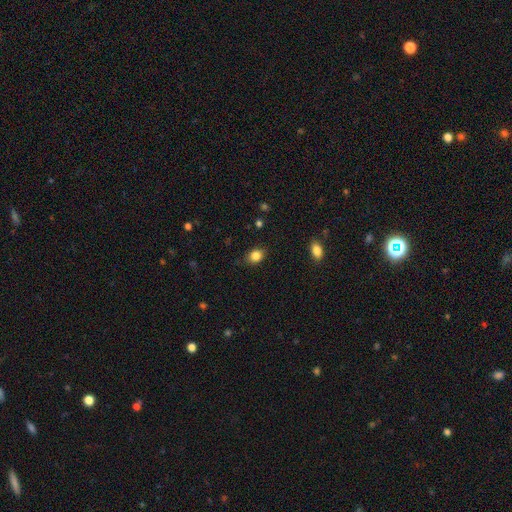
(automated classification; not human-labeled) Smooth or featured? Predicted: smooth (p=0.85). How rounded? Predicted: in between (p=0.61). Merging? Predicted: none (p=0.82).